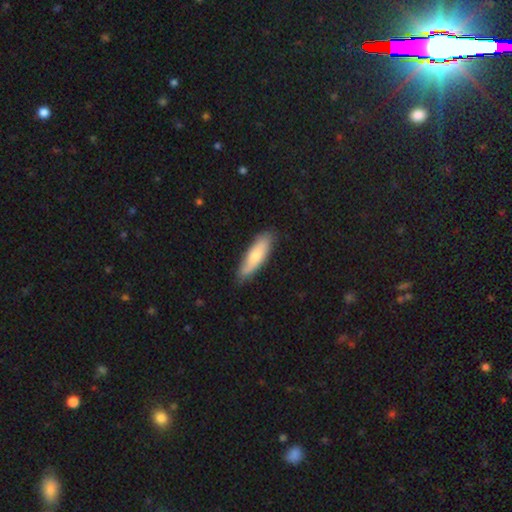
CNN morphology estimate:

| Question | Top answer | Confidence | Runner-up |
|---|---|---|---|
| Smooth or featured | smooth | 69% | featured or disk (25%) |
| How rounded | cigar-shaped | 56% | in between (42%) |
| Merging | none | 79% | minor disturbance (17%) |